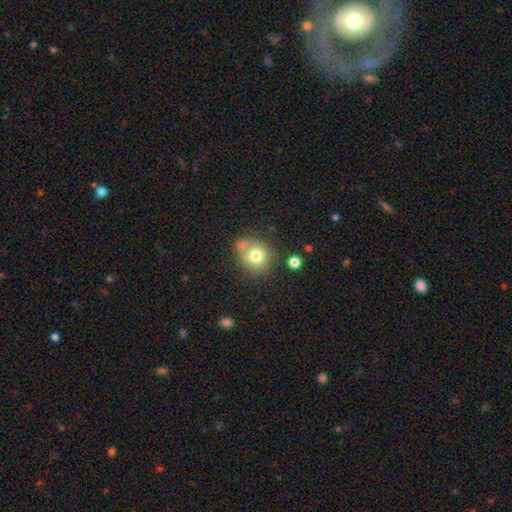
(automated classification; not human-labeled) The model was most divided on "merging": none: 58%, merger: 19%, minor disturbance: 17%, major disturbance: 6%. More confident: how rounded — round (81%); smooth or featured — smooth (74%).